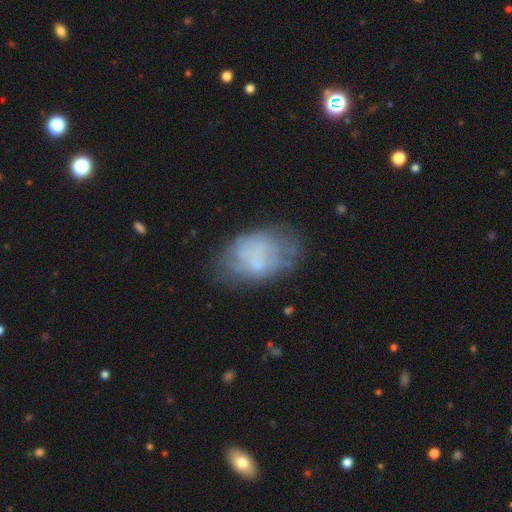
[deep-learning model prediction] This appears to be a smooth galaxy with no disk features (47%). Merging: none (57%).